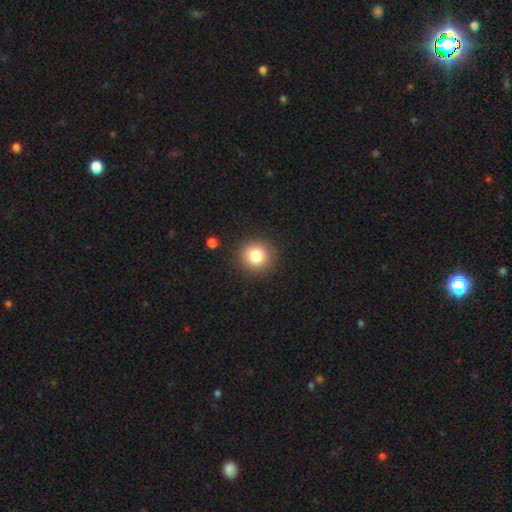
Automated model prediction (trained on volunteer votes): A smooth galaxy with no disk features (82%) that is round (93%). Merging: none (89%).